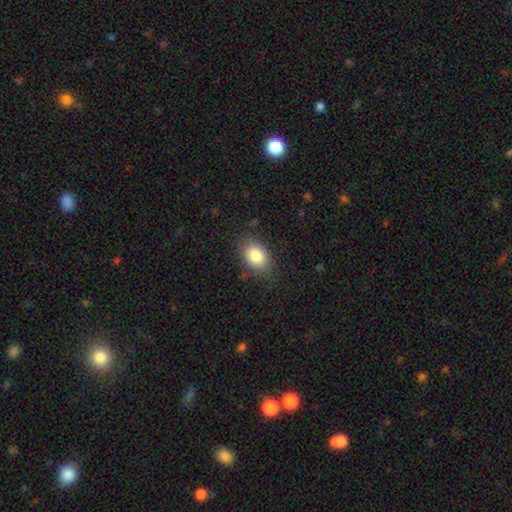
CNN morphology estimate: Q: Smooth or featured?
A: smooth (84%); runner-up: star or artifact (8%)
Q: How rounded?
A: in between (79%); runner-up: round (20%)
Q: Merging?
A: none (78%); runner-up: minor disturbance (16%)